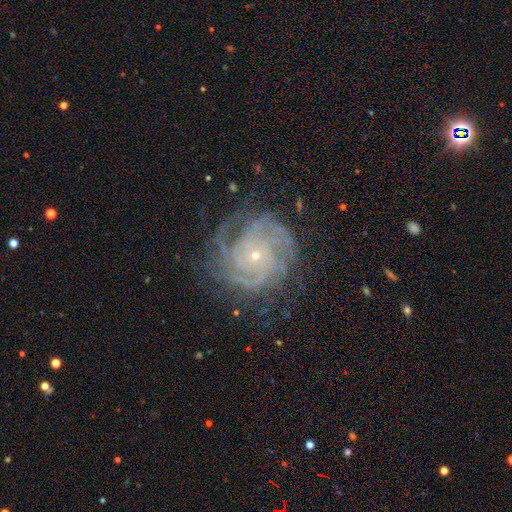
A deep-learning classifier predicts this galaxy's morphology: This appears to be a featured or disk galaxy (89%) with no bar (80%), 3 (23%) tight (71%) spiral arms (98%) and a small central bulge (82%). Merging: none (73%).